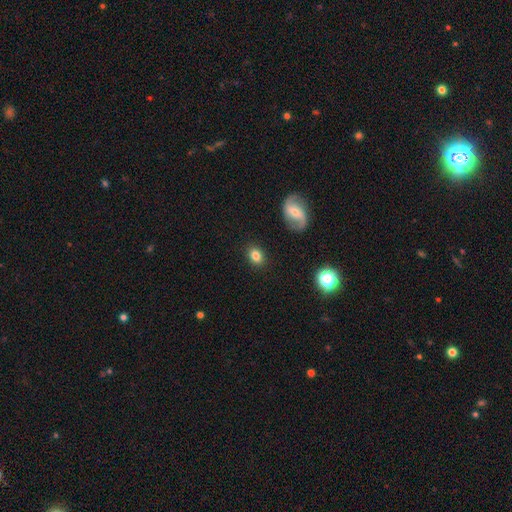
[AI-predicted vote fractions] This is likely a smooth galaxy (79%). How rounded: possibly in between (53%). Merging: clearly none (87%).